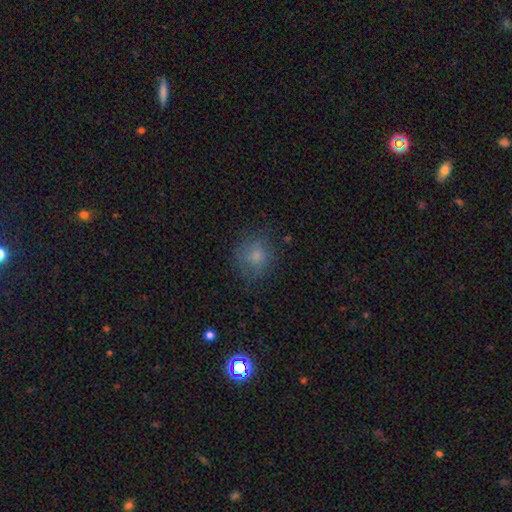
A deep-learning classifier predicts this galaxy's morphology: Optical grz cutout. It shows a smooth galaxy with no disk features (72%) that is round (79%). Merging: none (67%).